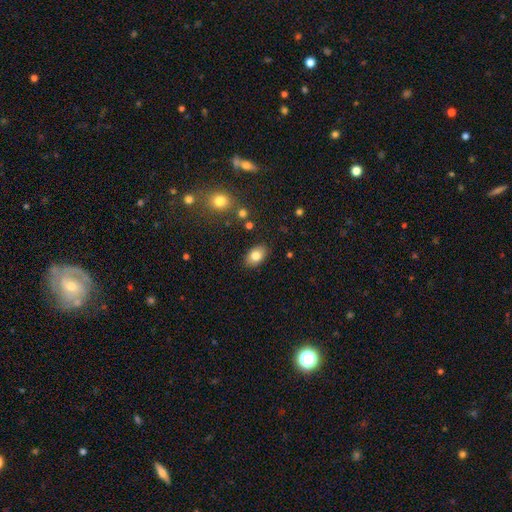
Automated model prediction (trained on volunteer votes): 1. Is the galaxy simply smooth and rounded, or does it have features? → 80% smooth, 11% featured or disk, 8% star or artifact.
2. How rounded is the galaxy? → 87% in between, 12% round, 1% cigar-shaped.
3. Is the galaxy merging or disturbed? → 86% none, 10% minor disturbance, 2% major disturbance, 2% merger.